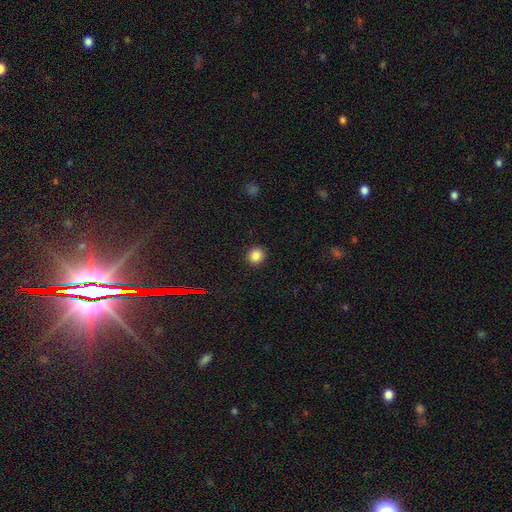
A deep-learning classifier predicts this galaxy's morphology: smooth-or-featured: smooth: 85% | star or artifact: 11% | featured or disk: 4%
  how-rounded: round: 86% | in between: 13% | cigar-shaped: 1%
  merging: none: 91% | minor disturbance: 6% | major disturbance: 2% | merger: 1%